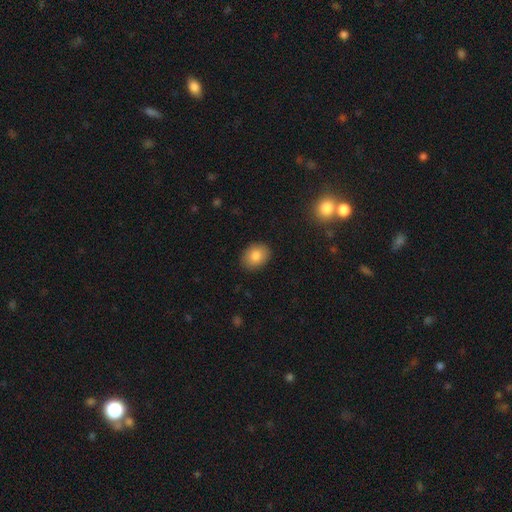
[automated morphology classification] Smooth or featured? Predicted: smooth (p=0.84). How rounded? Predicted: in between (p=0.60). Merging? Predicted: none (p=0.88).